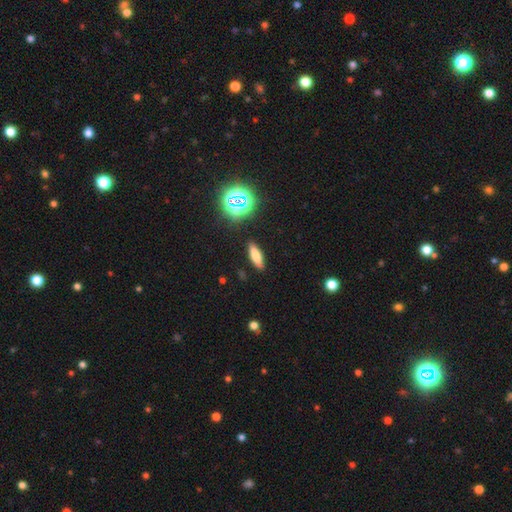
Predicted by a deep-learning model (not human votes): A smooth galaxy with no disk features (69%) that is cigar-shaped (49%). Merging: none (88%).